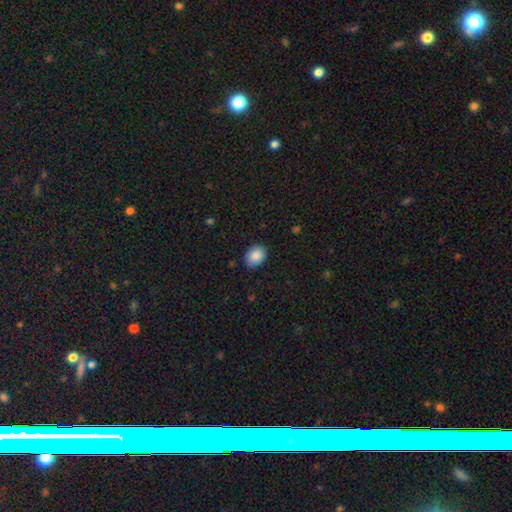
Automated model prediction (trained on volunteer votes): This appears to be a smooth galaxy with no disk features (88%) that is in between round and cigar-shaped (65%). Merging: none (87%).